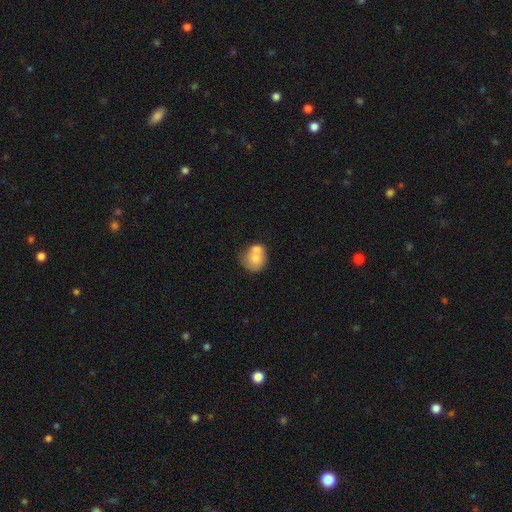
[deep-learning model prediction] A smooth galaxy with no disk features (69%) that is round (73%).

Vote fractions:
- Smooth or featured? smooth: 69% / featured or disk: 23% / star or artifact: 8%
- How rounded? round: 73% / in between: 26% / cigar-shaped: 1%
- Merging? merger: 53% / none: 30% / minor disturbance: 12% / major disturbance: 5%